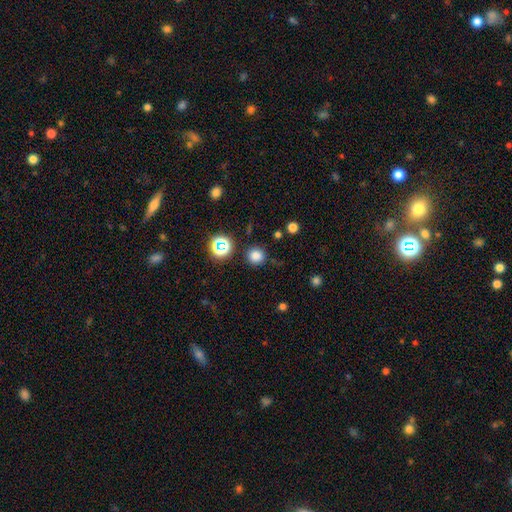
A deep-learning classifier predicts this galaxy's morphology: A smooth galaxy with no disk features (78%) that is round (93%). Merging: none (86%).